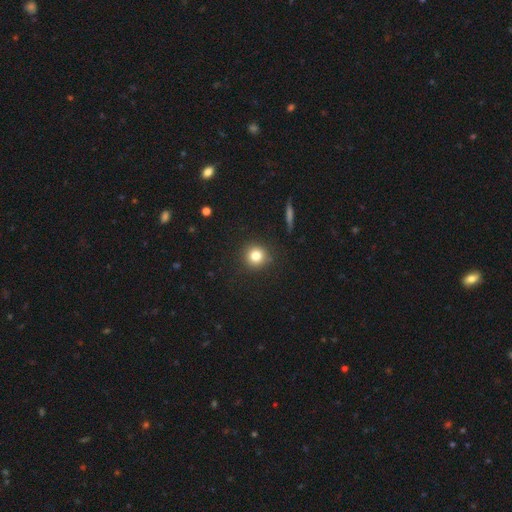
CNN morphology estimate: A smooth galaxy with no disk features (81%) that is round (93%).

Vote fractions:
- Smooth or featured? smooth: 81% / star or artifact: 12% / featured or disk: 6%
- How rounded? round: 93% / in between: 6% / cigar-shaped: 1%
- Merging? none: 89% / minor disturbance: 7% / major disturbance: 2% / merger: 2%